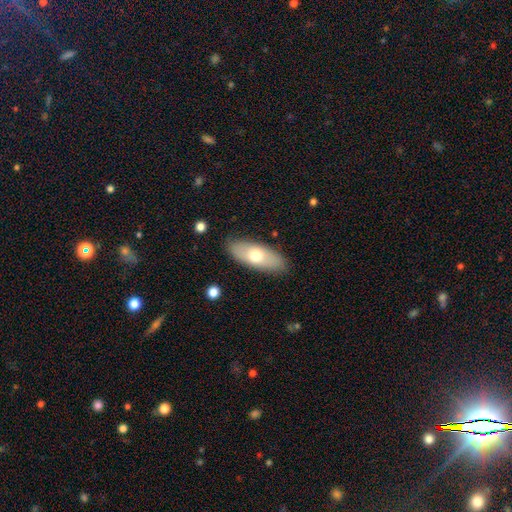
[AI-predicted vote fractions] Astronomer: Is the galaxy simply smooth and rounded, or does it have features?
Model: smooth — 66%.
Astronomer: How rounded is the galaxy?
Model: in between — 79%.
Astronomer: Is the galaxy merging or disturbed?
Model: none — 86%.